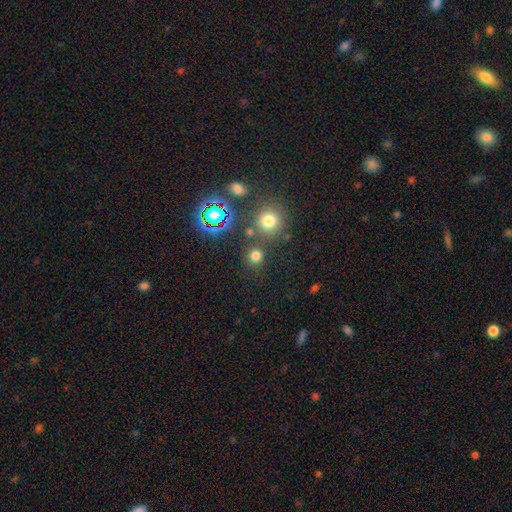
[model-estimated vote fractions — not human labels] Morphology: type=smooth (70%); roundness=round (91%); merging=none (80%).